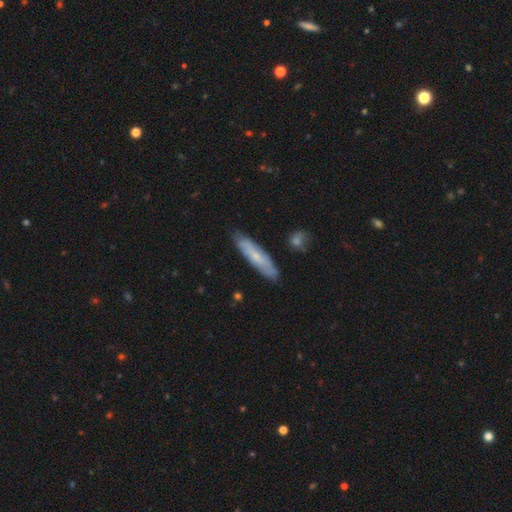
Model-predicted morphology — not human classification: The model was most divided on "smooth or featured": smooth: 54%, featured or disk: 39%, star or artifact: 6%. More confident: merging — none (83%); how rounded — cigar-shaped (79%).